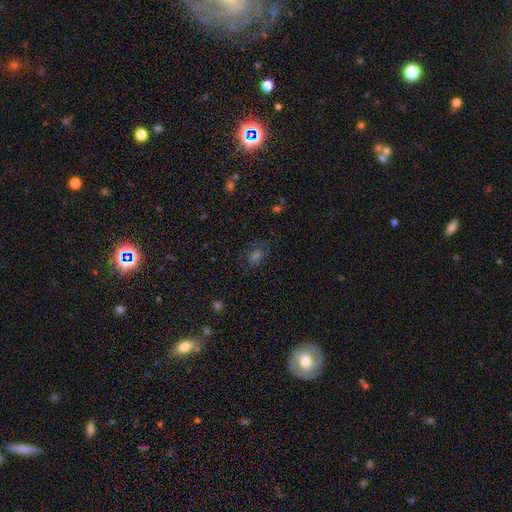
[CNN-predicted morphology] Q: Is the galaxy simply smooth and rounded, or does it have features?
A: smooth — 43%.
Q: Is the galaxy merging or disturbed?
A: none — 74%.